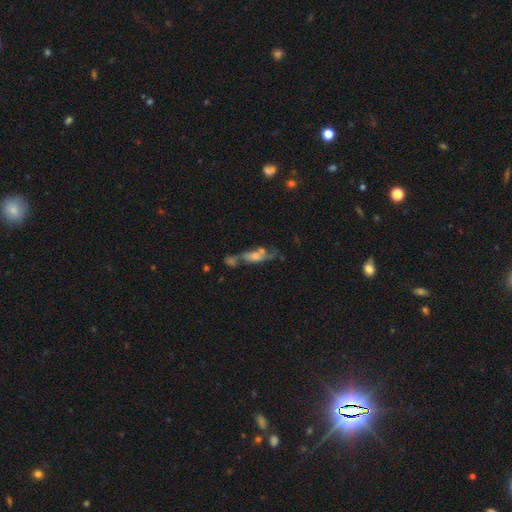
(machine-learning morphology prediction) A featured or disk galaxy (53%). Merging: merger (36%).